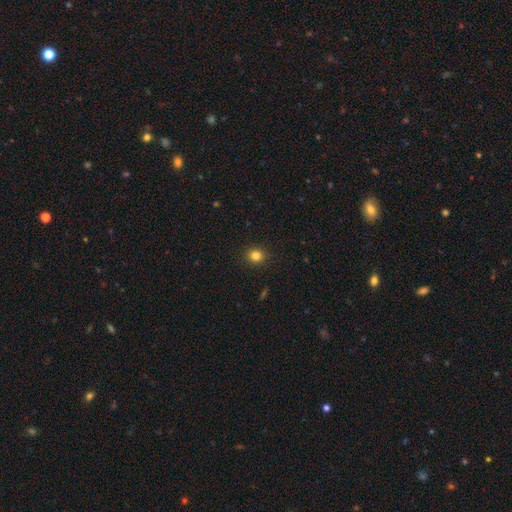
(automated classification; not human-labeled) This appears to be a smooth galaxy with no disk features (83%) that is round (84%). Merging: none (92%).